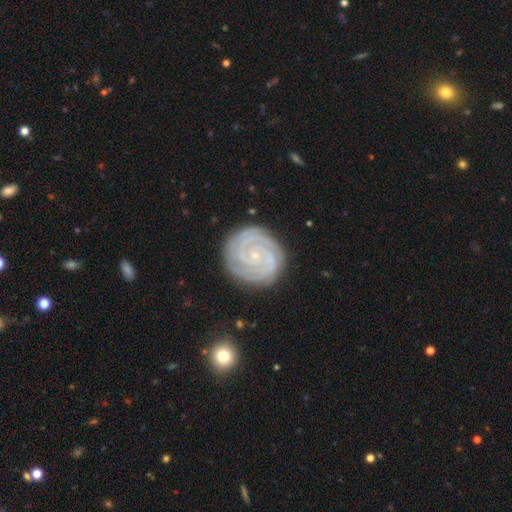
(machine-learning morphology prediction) This appears to be a featured or disk galaxy (90%) with no bar (72%), 2 (43%) tight (85%) spiral arms (98%) and a small central bulge (87%). Merging: none (85%).